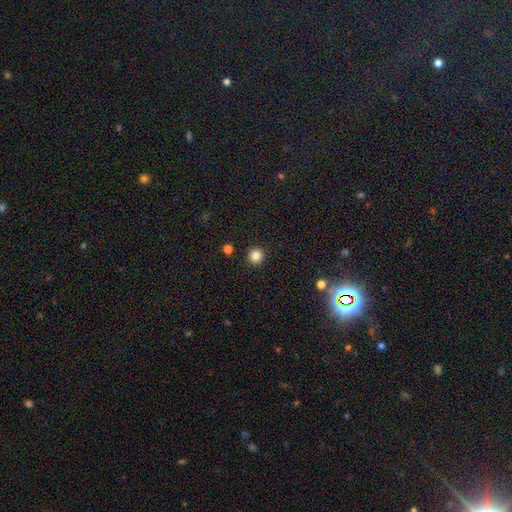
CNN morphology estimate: Smooth or featured: smooth — 83% (star or artifact — 12%)
How rounded: round — 95% (in between — 4%)
Merging: none — 93% (minor disturbance — 4%)